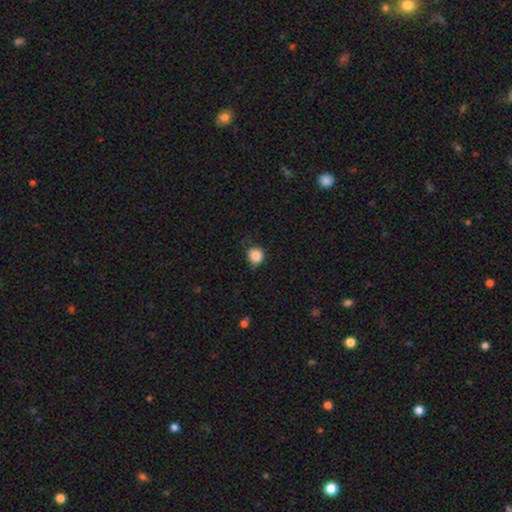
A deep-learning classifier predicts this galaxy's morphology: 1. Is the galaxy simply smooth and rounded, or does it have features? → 87% smooth, 10% star or artifact, 4% featured or disk.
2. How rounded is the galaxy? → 90% round, 9% in between, 1% cigar-shaped.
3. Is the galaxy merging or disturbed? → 75% none, 19% minor disturbance, 4% major disturbance, 1% merger.